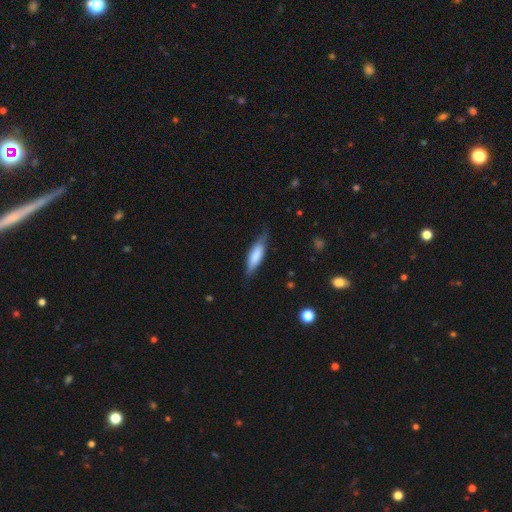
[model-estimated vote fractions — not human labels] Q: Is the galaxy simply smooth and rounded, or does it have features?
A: smooth — 68%.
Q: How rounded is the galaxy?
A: cigar-shaped — 56%.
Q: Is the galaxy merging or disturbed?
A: none — 72%.